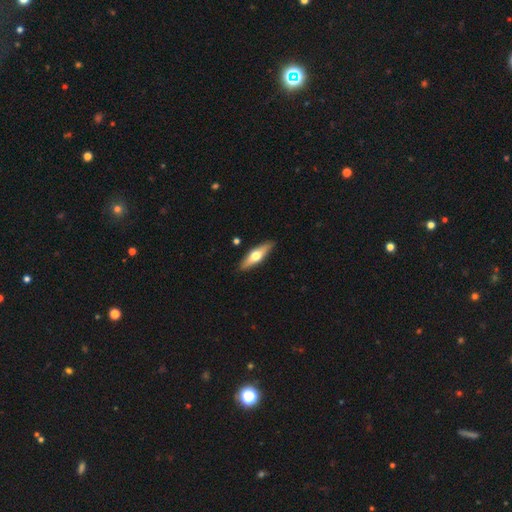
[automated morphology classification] smooth-or-featured: featured or disk: 49% | smooth: 45% | star or artifact: 5%
  merging: none: 89% | minor disturbance: 8% | major disturbance: 2% | merger: 1%